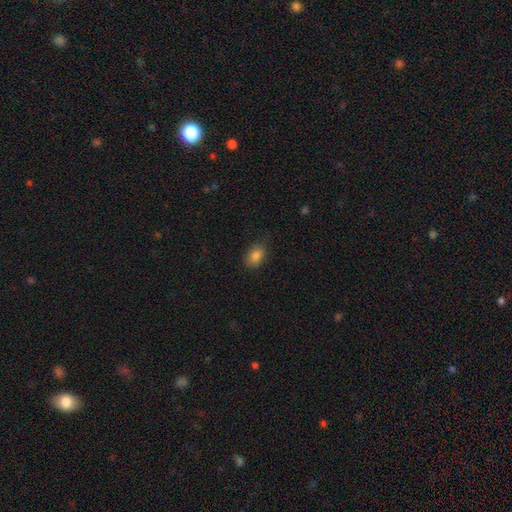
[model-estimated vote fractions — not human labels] Smooth or featured? smooth (84%)
How rounded? in between (82%)
Merging? none (78%)